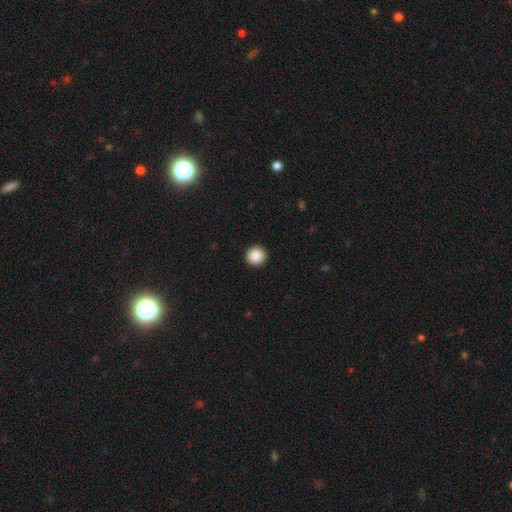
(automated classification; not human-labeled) Q: Smooth or featured?
A: smooth (88%); runner-up: star or artifact (9%)
Q: How rounded?
A: round (94%); runner-up: in between (5%)
Q: Merging?
A: none (93%); runner-up: minor disturbance (4%)